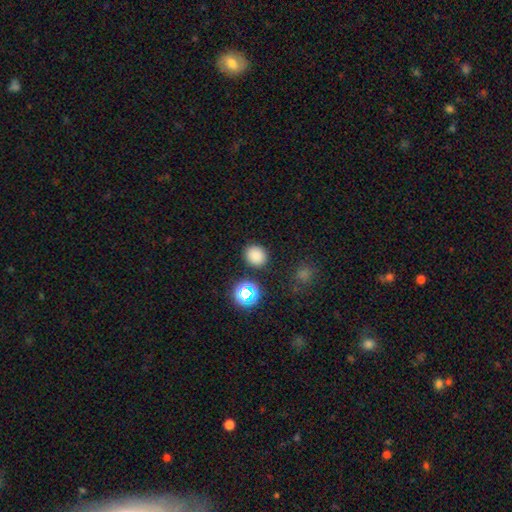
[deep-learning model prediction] Morphology: type=smooth (80%); roundness=round (75%); merging=none (87%).